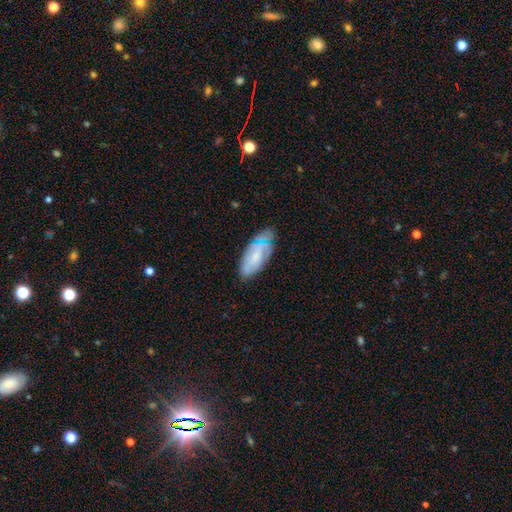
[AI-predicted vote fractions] Q: Smooth or featured?
A: featured or disk (46%); runner-up: smooth (45%)
Q: Merging?
A: none (64%); runner-up: minor disturbance (26%)